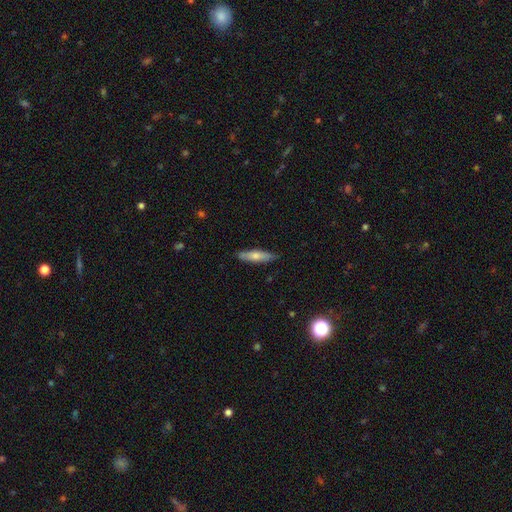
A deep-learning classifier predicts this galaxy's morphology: Overall: smooth (64%; featured or disk 30%). How rounded: cigar-shaped (74%). Merging: none (84%).